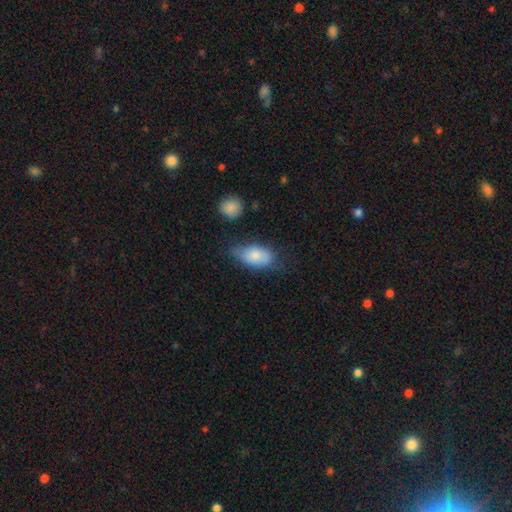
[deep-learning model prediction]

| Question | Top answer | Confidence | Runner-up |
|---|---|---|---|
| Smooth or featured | smooth | 77% | featured or disk (16%) |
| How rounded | in between | 90% | round (7%) |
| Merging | none | 48% | minor disturbance (35%) |